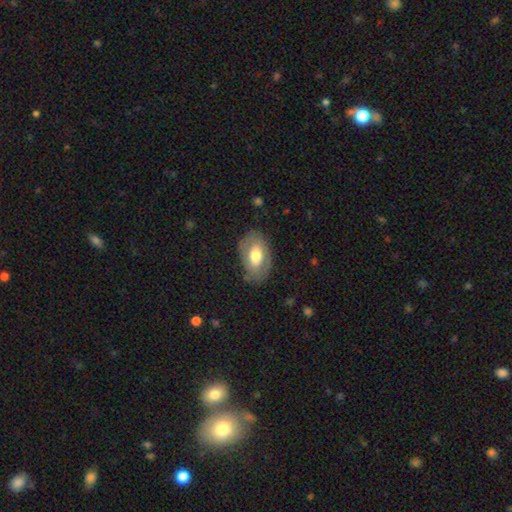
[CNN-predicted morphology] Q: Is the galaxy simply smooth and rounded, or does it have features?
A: smooth — 49%.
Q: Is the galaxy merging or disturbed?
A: none — 76%.